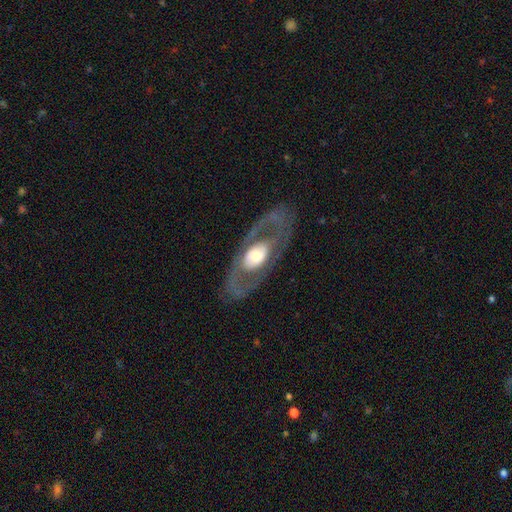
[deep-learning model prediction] smooth-or-featured: featured or disk: 70% | smooth: 24% | star or artifact: 5%
  disk-edge-on: no: 86% | yes: 14%
    bar: no: 74% | weak: 16% | strong: 10%
    has-spiral-arms: no: 62% | yes: 38%
    bulge-size: moderate: 48% | large: 31% | small: 15% | dominant: 5% | none: 1%
  merging: none: 76% | major disturbance: 12% | minor disturbance: 11% | merger: 1%